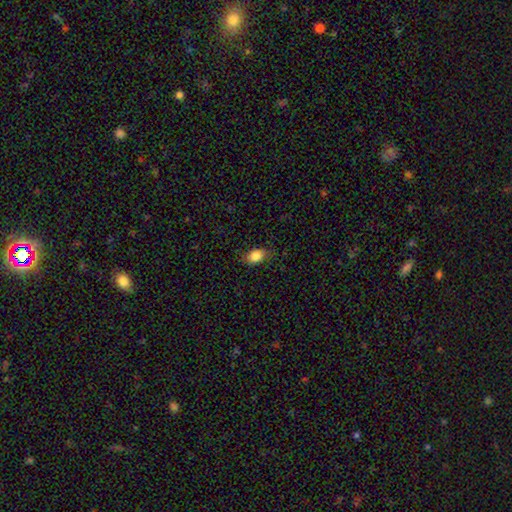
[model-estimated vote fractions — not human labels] Smooth or featured: smooth — 85% (star or artifact — 8%)
How rounded: in between — 80% (round — 18%)
Merging: none — 75% (minor disturbance — 19%)